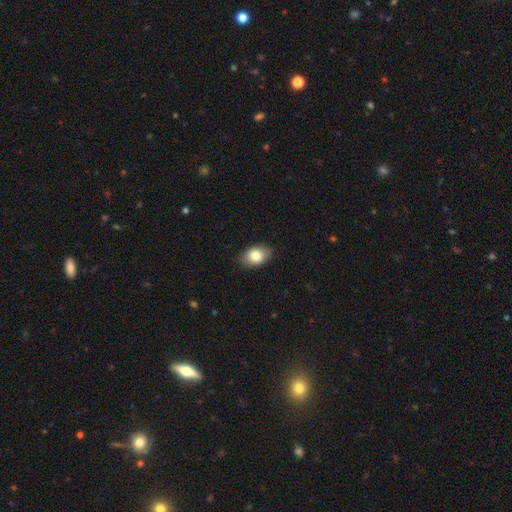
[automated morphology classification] smooth_or_featured: smooth (p=0.82) [alt: featured or disk p=0.10]
how_rounded: in between (p=0.85) [alt: round p=0.13]
merging: none (p=0.87) [alt: minor disturbance p=0.10]